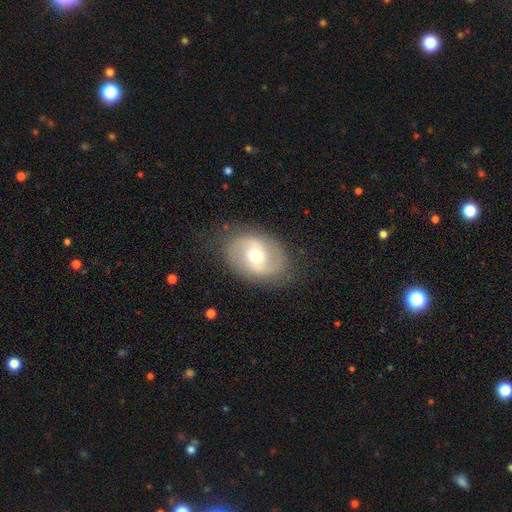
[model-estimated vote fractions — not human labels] This is likely a featured or disk galaxy (73%). It is clearly not viewed edge-on (96%). Bar: marginally weak (44%). Spiral arm pattern: clearly yes (84%). Spiral arm count: clearly 2 (88%). Spiral winding: possibly medium (46%). Central bulge: likely moderate (66%). Merging: clearly none (83%).